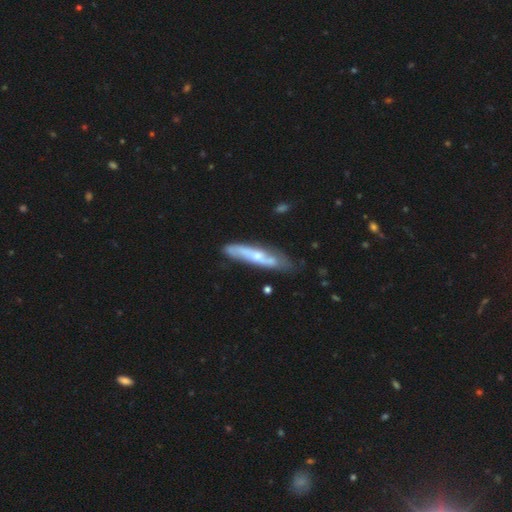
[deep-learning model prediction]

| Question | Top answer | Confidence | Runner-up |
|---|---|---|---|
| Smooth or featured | featured or disk | 57% | smooth (37%) |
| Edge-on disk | yes | 54% | no (46%) |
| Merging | none | 64% | minor disturbance (24%) |